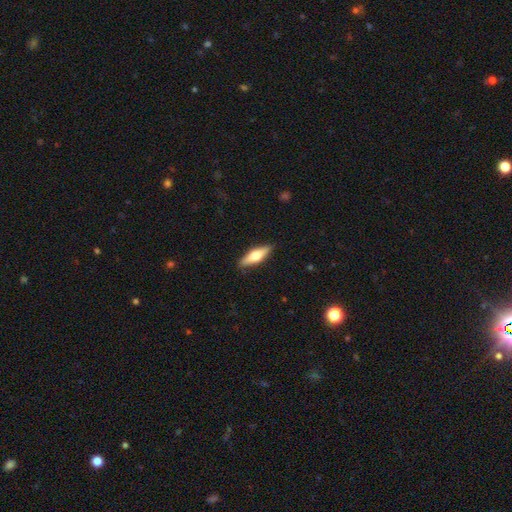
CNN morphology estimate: smooth 52%, featured or disk 43%, star or artifact 6%. Down the decision tree: how rounded — cigar-shaped (55%); merging — none (89%).